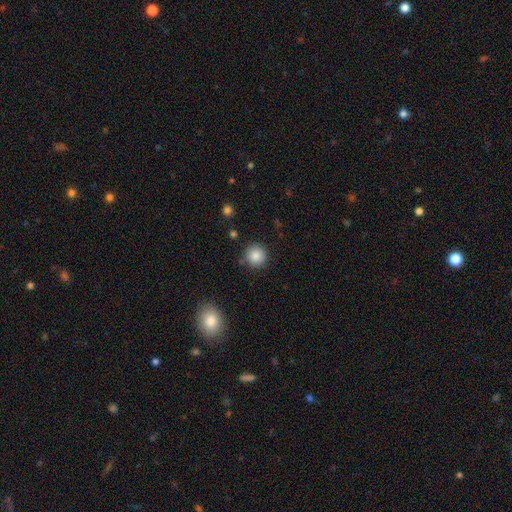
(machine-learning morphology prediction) This is clearly a smooth galaxy (86%). How rounded: clearly round (93%). Merging: clearly none (86%).